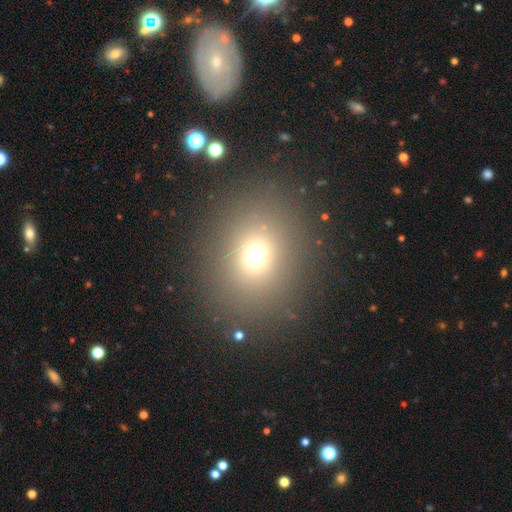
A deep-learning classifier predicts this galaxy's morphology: smooth_or_featured: smooth (p=0.67) [alt: star or artifact p=0.24]
how_rounded: round (p=0.71) [alt: in between p=0.28]
merging: none (p=0.86) [alt: minor disturbance p=0.07]